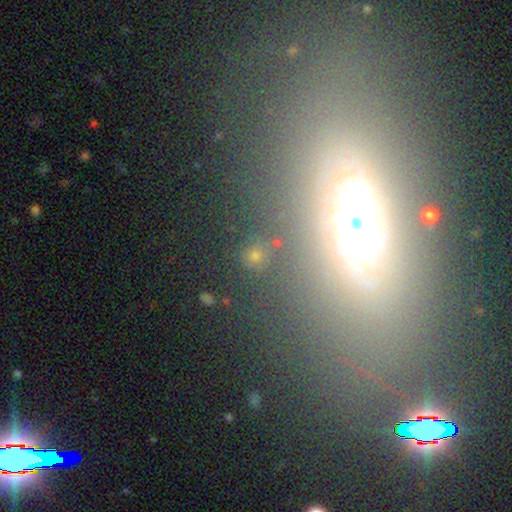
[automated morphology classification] type=star or artifact (45%, tied with smooth).